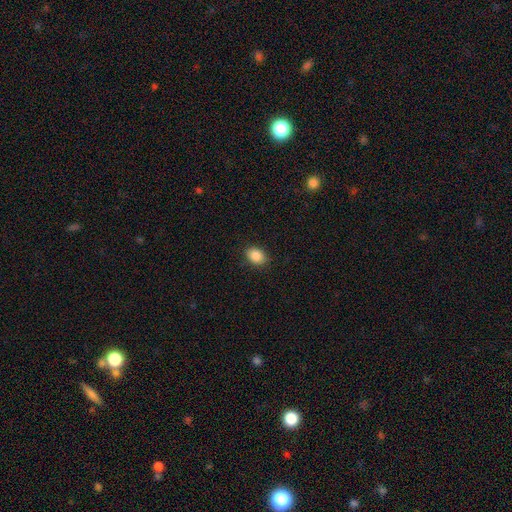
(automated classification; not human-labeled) smooth-or-featured: smooth: 88% | star or artifact: 9% | featured or disk: 4%
  how-rounded: in between: 71% | round: 28% | cigar-shaped: 1%
  merging: none: 87% | minor disturbance: 9% | major disturbance: 2% | merger: 1%